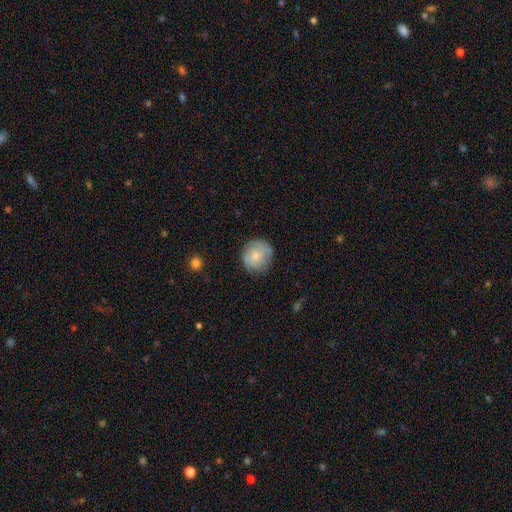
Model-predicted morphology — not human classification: This appears to be a smooth galaxy with no disk features (72%) that is round (87%). Merging: none (75%).